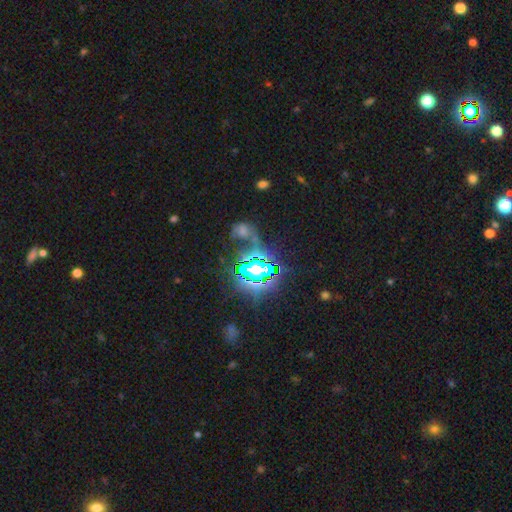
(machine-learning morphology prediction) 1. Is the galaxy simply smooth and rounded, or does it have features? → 83% star or artifact, 11% smooth, 7% featured or disk.